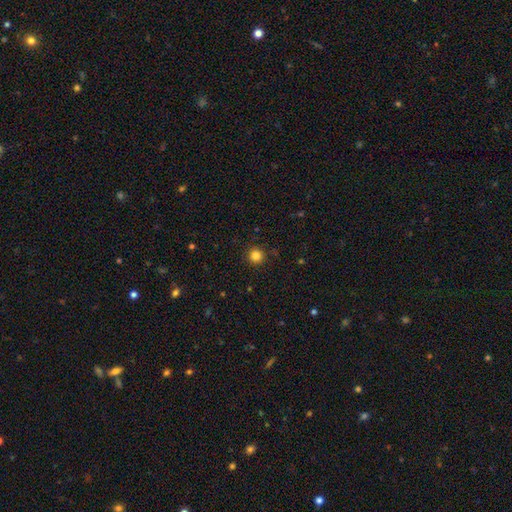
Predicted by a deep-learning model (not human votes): Smooth or featured: smooth — 83% (star or artifact — 13%)
How rounded: round — 96% (in between — 3%)
Merging: none — 92% (minor disturbance — 5%)